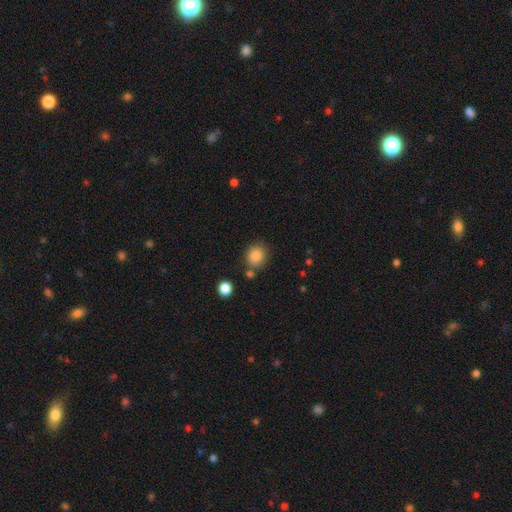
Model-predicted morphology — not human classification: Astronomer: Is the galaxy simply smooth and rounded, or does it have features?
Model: smooth — 86%.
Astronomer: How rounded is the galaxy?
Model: round — 79%.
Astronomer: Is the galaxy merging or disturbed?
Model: none — 75%.